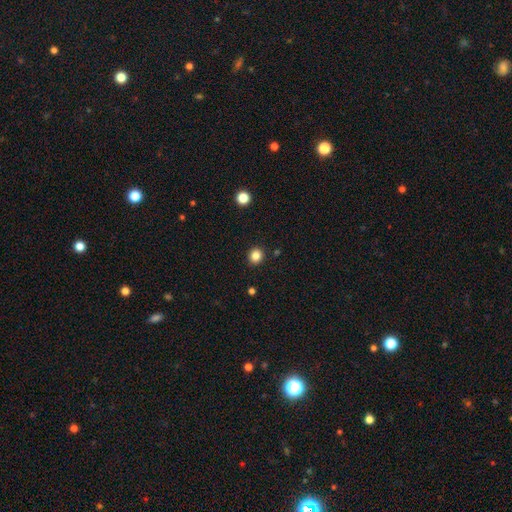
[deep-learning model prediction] Morphology: type=smooth (84%); roundness=round (86%); merging=none (92%).